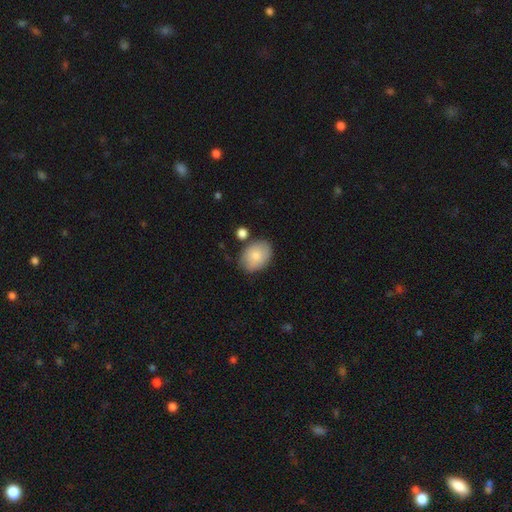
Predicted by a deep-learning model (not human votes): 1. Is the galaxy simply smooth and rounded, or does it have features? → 80% smooth, 13% featured or disk, 7% star or artifact.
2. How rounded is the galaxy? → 68% in between, 31% round, 1% cigar-shaped.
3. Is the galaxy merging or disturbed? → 73% none, 17% minor disturbance, 7% merger, 4% major disturbance.